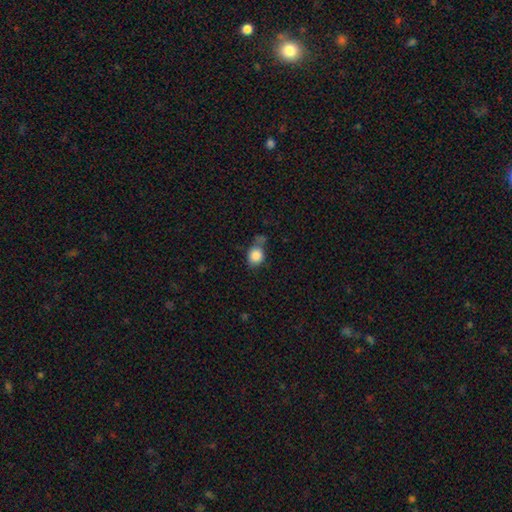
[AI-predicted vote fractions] A smooth galaxy with no disk features (86%) that is round (69%). Merging: none (50%).